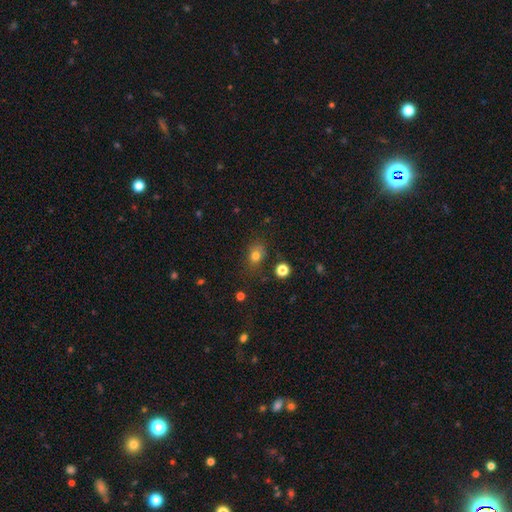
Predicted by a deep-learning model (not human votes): Q: Smooth or featured?
A: smooth (78%); runner-up: star or artifact (14%)
Q: How rounded?
A: round (49%); tied with: in between (49%)
Q: Merging?
A: none (70%); runner-up: minor disturbance (20%)